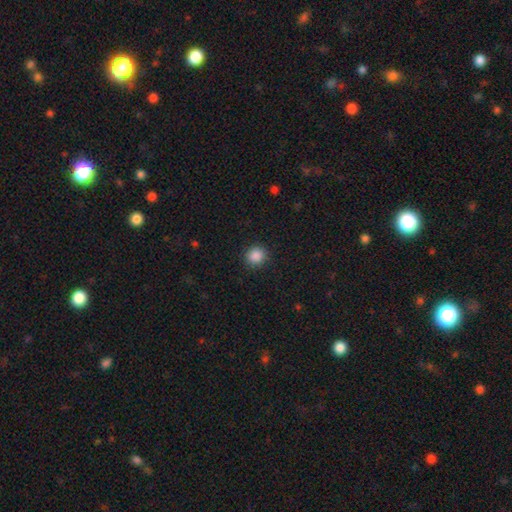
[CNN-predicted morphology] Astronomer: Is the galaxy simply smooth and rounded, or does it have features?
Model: smooth — 87%.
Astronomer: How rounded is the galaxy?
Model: round — 89%.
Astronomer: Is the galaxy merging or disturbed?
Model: none — 90%.